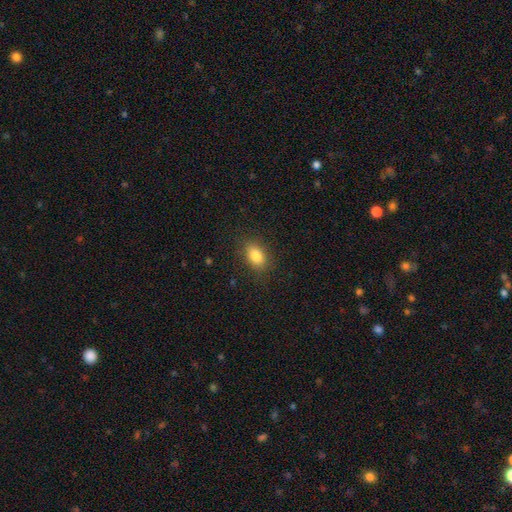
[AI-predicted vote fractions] Smooth or featured? smooth (84%)
How rounded? in between (84%)
Merging? none (86%)